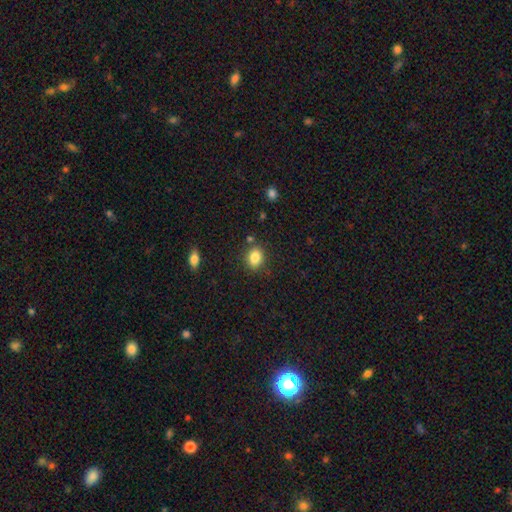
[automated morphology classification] Overall: smooth (85%). How rounded: in between (53%; round 46%). Merging: none (83%).